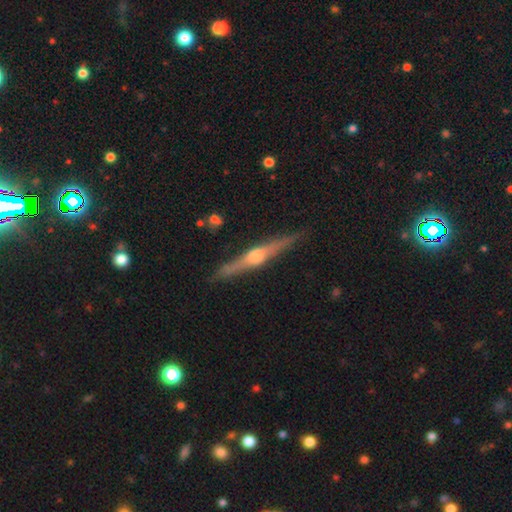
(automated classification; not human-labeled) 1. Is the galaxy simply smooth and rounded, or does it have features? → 78% featured or disk, 16% smooth, 5% star or artifact.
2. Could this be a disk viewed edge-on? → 98% yes, 2% no.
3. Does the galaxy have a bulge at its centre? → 87% rounded, 8% boxy, 4% none.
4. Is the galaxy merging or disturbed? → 88% none, 9% minor disturbance, 2% major disturbance, 1% merger.